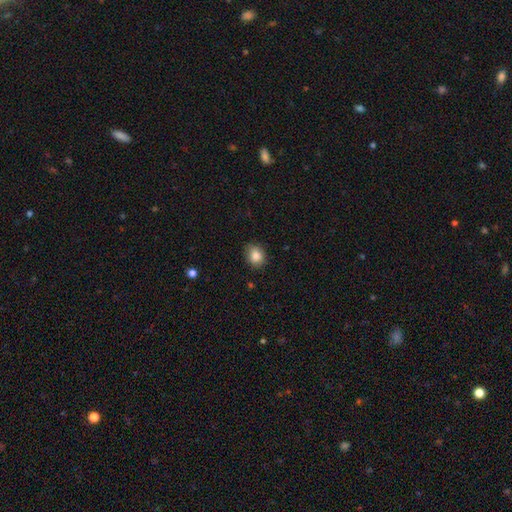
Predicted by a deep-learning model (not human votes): Smooth or featured?
  - smooth: 85% *
  - star or artifact: 9%
  - featured or disk: 5%
How rounded?
  - round: 55% *
  - in between: 44%
  - cigar-shaped: 1%
Merging?
  - none: 85% *
  - minor disturbance: 12%
  - major disturbance: 2%
  - merger: 1%